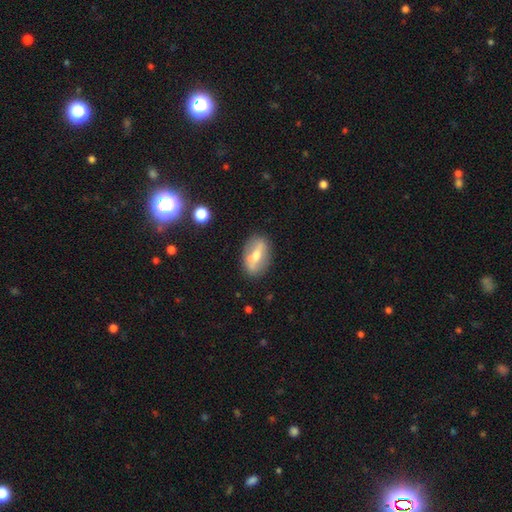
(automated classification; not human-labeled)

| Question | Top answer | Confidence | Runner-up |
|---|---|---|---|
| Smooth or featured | featured or disk | 53% | smooth (39%) |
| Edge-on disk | no | 69% | yes (31%) |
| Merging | none | 78% | minor disturbance (14%) |